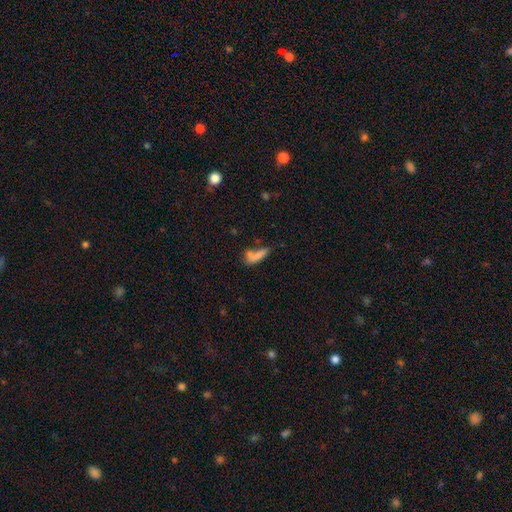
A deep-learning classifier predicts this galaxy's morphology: This is likely a smooth galaxy (73%). How rounded: possibly in between (51%). Merging: marginally none (37%).